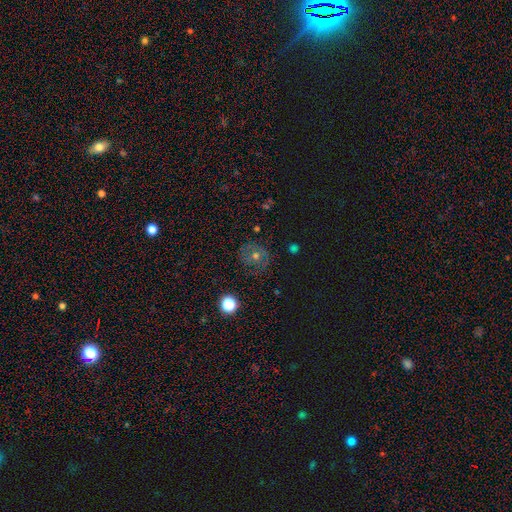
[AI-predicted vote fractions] Overall: featured or disk (43%; smooth 34%). Merging: none (79%).